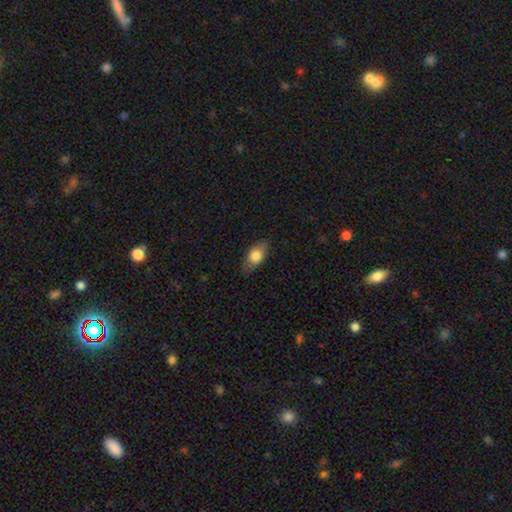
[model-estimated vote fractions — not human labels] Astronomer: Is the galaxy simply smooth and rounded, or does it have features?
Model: smooth — 76%.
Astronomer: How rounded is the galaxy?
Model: in between — 85%.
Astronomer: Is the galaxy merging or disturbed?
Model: none — 78%.